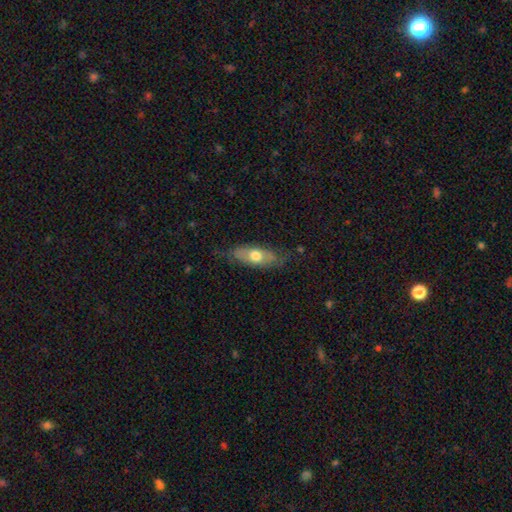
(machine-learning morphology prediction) Smooth or featured? Predicted: smooth (p=0.54). How rounded? Predicted: in between (p=0.75). Merging? Predicted: none (p=0.69).